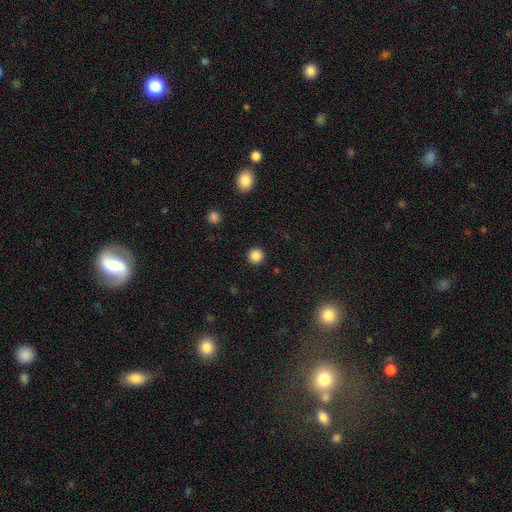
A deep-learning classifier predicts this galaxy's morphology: Overall: smooth (86%). How rounded: round (95%). Merging: none (93%).